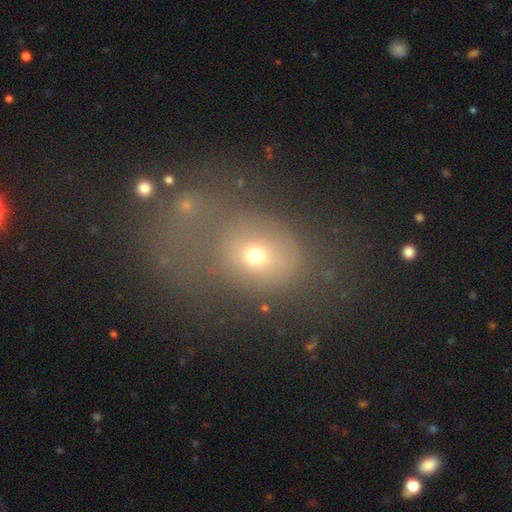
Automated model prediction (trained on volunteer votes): Smooth or featured: smooth — 64% (featured or disk — 19%)
How rounded: in between — 51% (round — 47%)
Merging: none — 33% (merger — 27%)